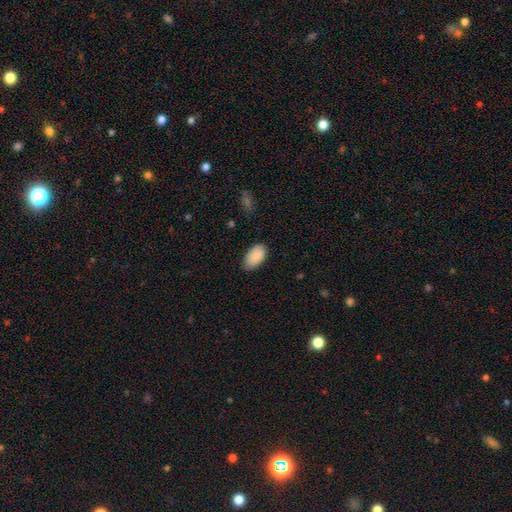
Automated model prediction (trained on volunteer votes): Smooth or featured: smooth — 90% (star or artifact — 6%)
How rounded: in between — 95% (round — 3%)
Merging: none — 80% (minor disturbance — 16%)